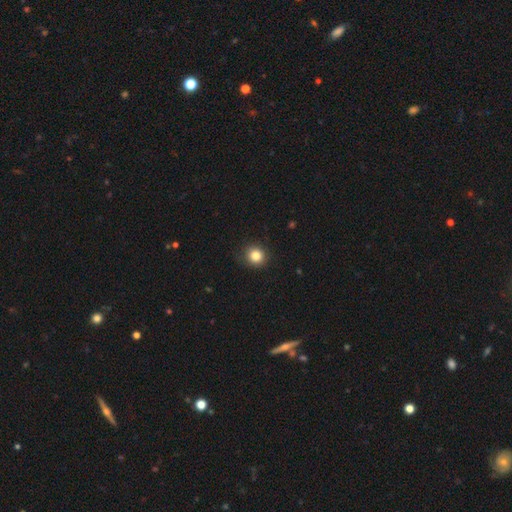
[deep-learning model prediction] Morphology: type=smooth (84%); roundness=round (88%); merging=none (87%).